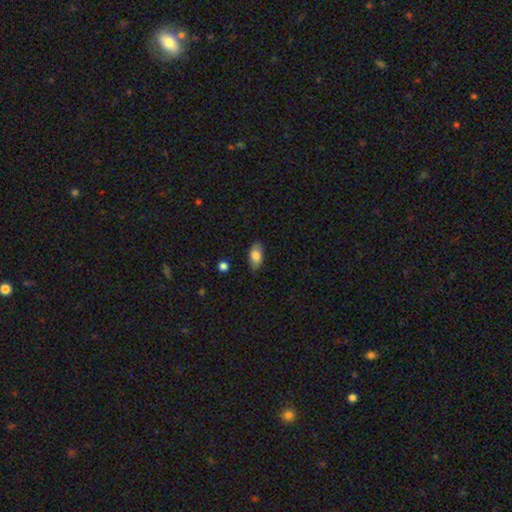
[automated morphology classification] This appears to be a smooth galaxy with no disk features (82%) that is in between round and cigar-shaped (92%). Merging: none (83%).